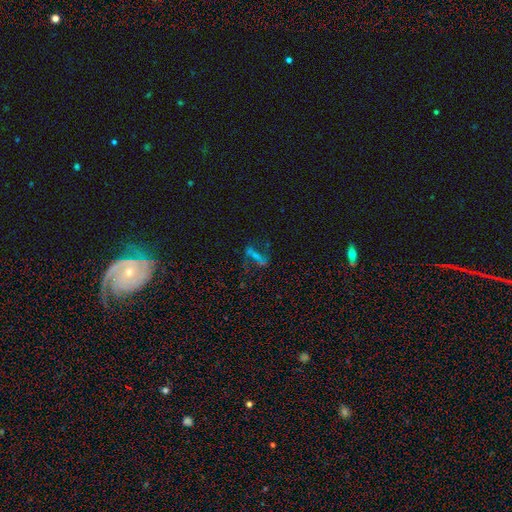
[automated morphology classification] This is marginally a featured or disk galaxy (43%). Merging: possibly none (58%).